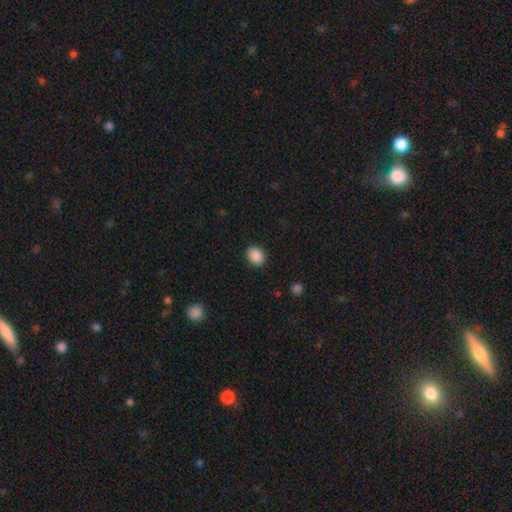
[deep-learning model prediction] Smooth or featured: smooth — 89% (star or artifact — 8%)
How rounded: in between — 50% (round — 49%)
Merging: none — 90% (minor disturbance — 7%)